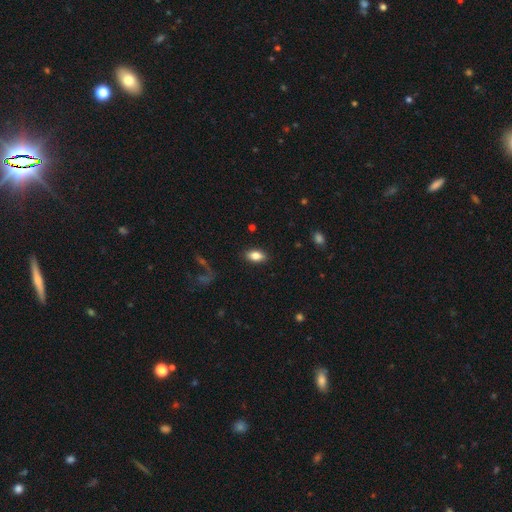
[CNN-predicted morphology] The model was most divided on "smooth or featured": smooth: 80%, featured or disk: 12%, star or artifact: 8%. More confident: how rounded — in between (90%); merging — none (88%).